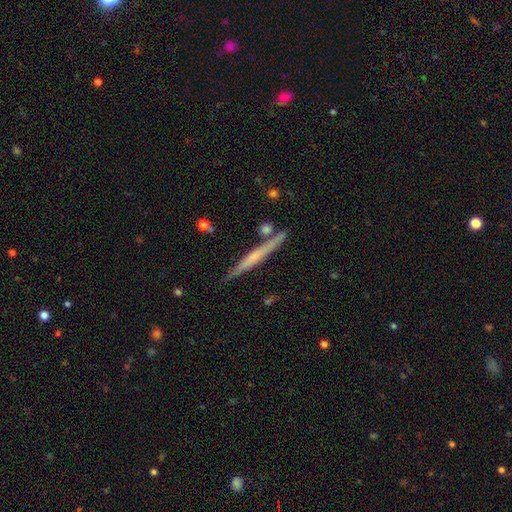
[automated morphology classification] The model was most divided on "smooth or featured": featured or disk: 58%, smooth: 36%, star or artifact: 6%. More confident: edge-on disk — yes (97%); merging — none (84%); edge-on bulge — none (62%).